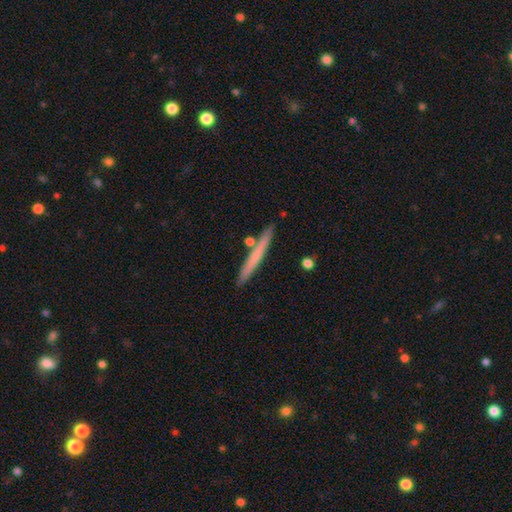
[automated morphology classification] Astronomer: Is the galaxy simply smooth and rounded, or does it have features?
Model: smooth — 56% (runner-up: featured or disk, 38%).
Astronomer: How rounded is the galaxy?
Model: cigar-shaped — 96%.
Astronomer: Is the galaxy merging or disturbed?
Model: none — 85%.